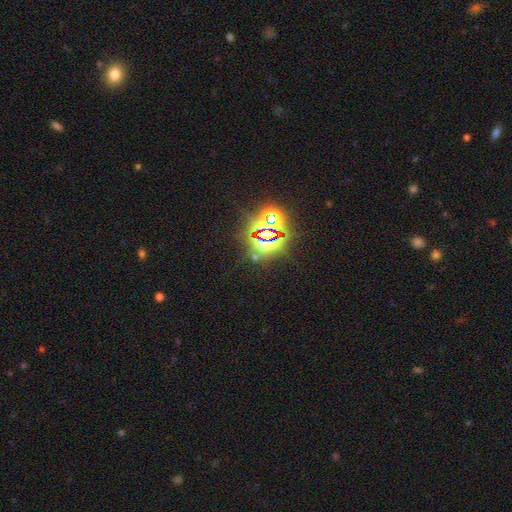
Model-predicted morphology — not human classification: smooth-or-featured: star or artifact: 81% | smooth: 10% | featured or disk: 8%